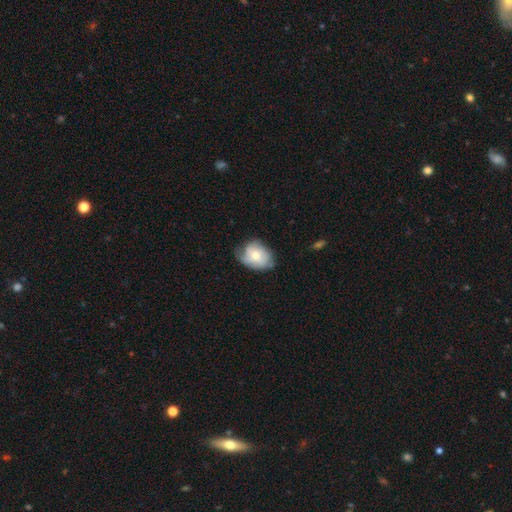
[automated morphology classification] Smooth or featured: smooth — 48% (featured or disk — 45%)
Merging: none — 53% (minor disturbance — 34%)